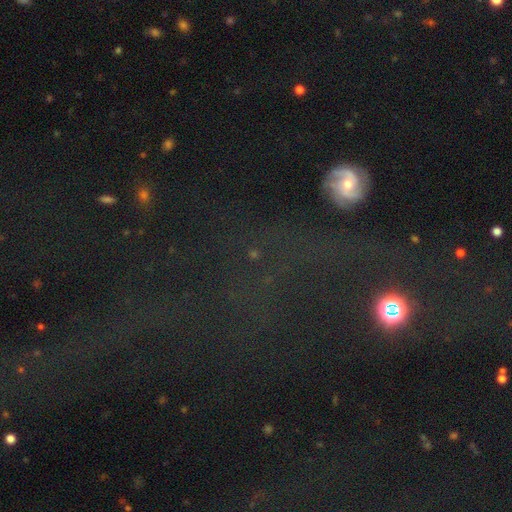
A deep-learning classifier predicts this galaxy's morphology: The model was most divided on "smooth or featured": star or artifact: 56%, smooth: 27%, featured or disk: 17%.